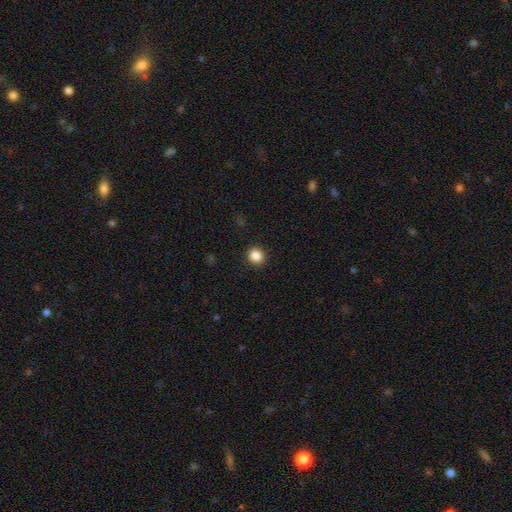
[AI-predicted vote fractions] Overall: smooth (86%). How rounded: round (88%). Merging: none (92%).